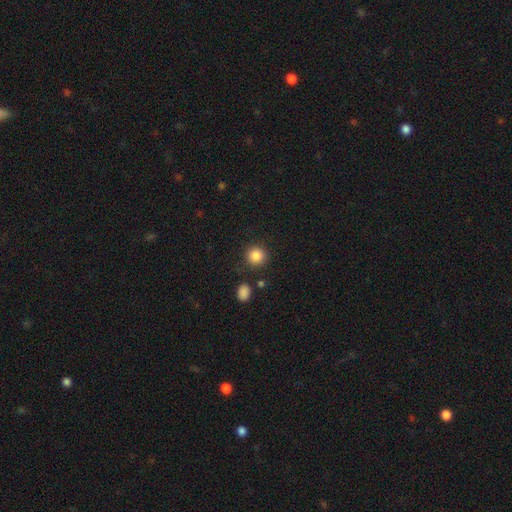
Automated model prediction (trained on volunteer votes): This is clearly a smooth galaxy (86%). How rounded: clearly round (92%). Merging: clearly none (87%).